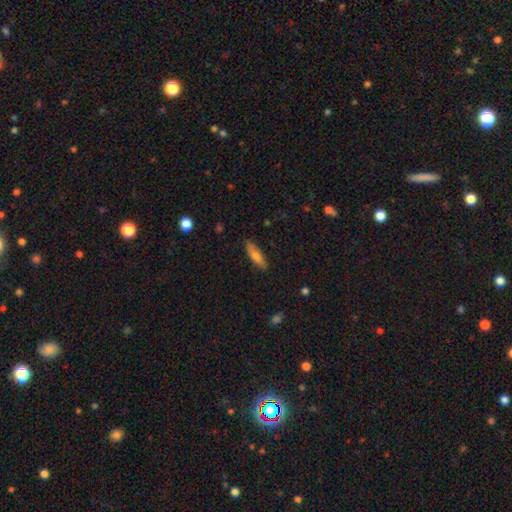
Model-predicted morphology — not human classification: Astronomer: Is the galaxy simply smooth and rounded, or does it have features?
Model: smooth — 71%.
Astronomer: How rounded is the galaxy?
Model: cigar-shaped — 61% (runner-up: in between, 37%).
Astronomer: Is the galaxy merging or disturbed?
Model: none — 84%.